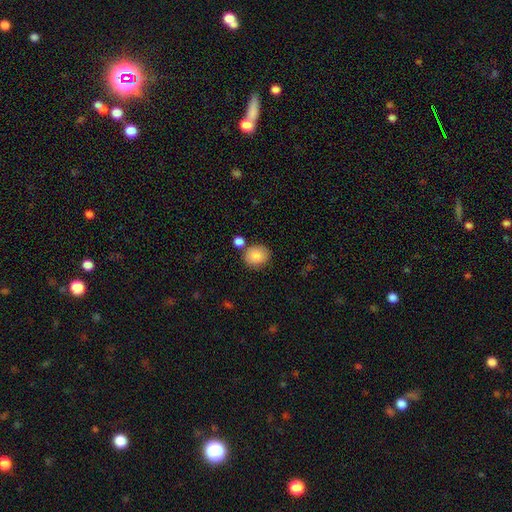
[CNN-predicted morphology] smooth_or_featured: smooth (p=0.86) [alt: star or artifact p=0.08]
how_rounded: round (p=0.70) [alt: in between p=0.29]
merging: none (p=0.75) [alt: minor disturbance p=0.12]